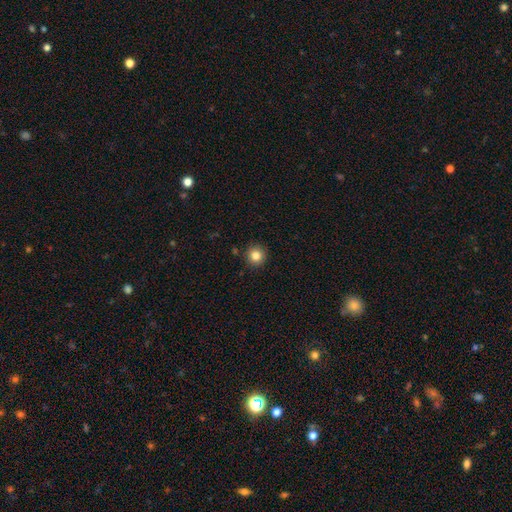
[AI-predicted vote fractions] Smooth or featured: smooth — 83% (star or artifact — 11%)
How rounded: round — 94% (in between — 5%)
Merging: none — 91% (minor disturbance — 6%)